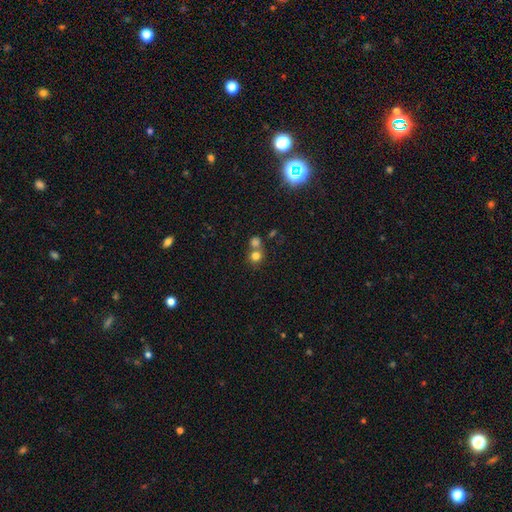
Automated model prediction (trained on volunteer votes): smooth-or-featured: smooth: 78% | star or artifact: 13% | featured or disk: 9%
  how-rounded: round: 86% | in between: 13% | cigar-shaped: 1%
  merging: none: 48% | merger: 42% | minor disturbance: 7% | major disturbance: 3%